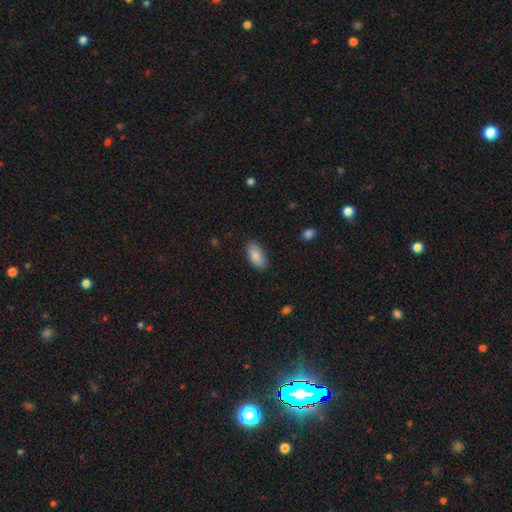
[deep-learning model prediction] Q: Smooth or featured?
A: smooth (87%); runner-up: featured or disk (7%)
Q: How rounded?
A: in between (93%); runner-up: cigar-shaped (4%)
Q: Merging?
A: none (85%); runner-up: minor disturbance (11%)